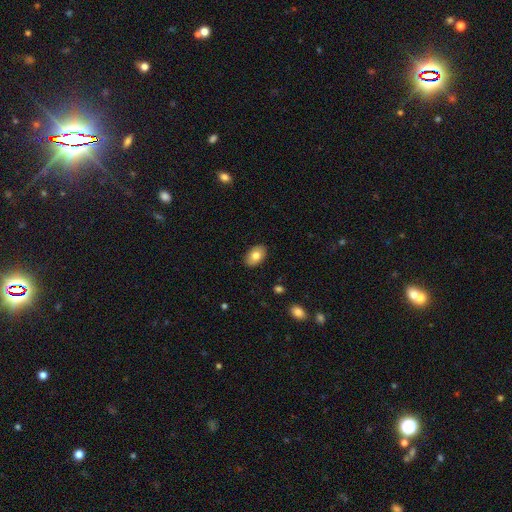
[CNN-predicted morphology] A smooth galaxy with no disk features (79%) that is in between round and cigar-shaped (89%).

Vote fractions:
- Smooth or featured? smooth: 79% / featured or disk: 14% / star or artifact: 7%
- How rounded? in between: 89% / round: 10% / cigar-shaped: 1%
- Merging? none: 88% / minor disturbance: 9% / major disturbance: 2% / merger: 1%